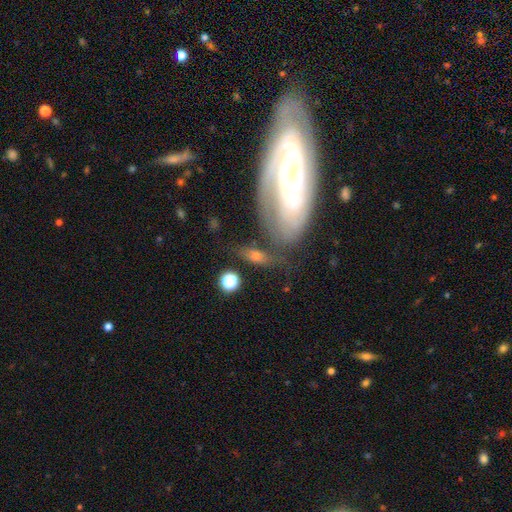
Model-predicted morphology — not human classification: type=smooth (49%); merging=none (50%).